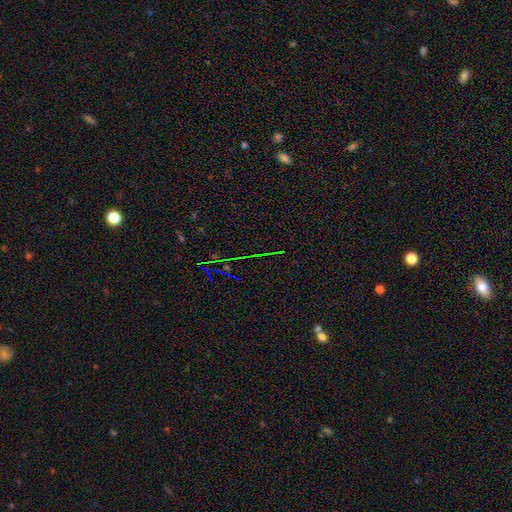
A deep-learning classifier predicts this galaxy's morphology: The model was most divided on "smooth or featured": star or artifact: 71%, smooth: 17%, featured or disk: 12%.